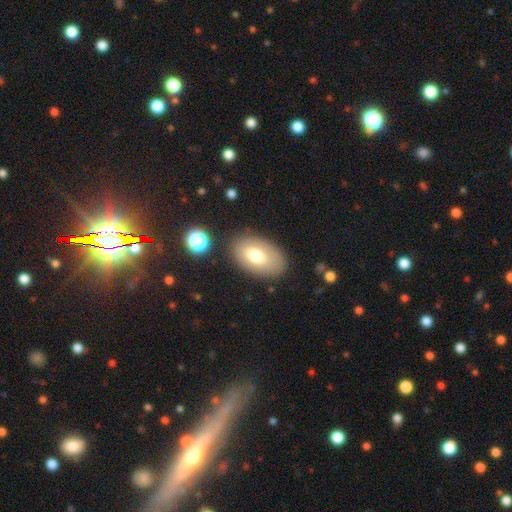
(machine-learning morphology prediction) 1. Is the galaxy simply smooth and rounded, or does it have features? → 73% smooth, 19% featured or disk, 8% star or artifact.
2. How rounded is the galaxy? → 91% in between, 8% round, 1% cigar-shaped.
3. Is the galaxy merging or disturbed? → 81% none, 12% minor disturbance, 4% major disturbance, 3% merger.